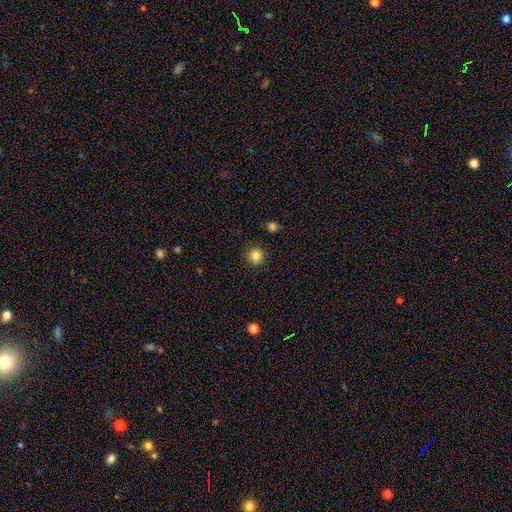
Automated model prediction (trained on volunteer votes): A smooth galaxy with no disk features (83%) that is round (93%).

Vote fractions:
- Smooth or featured? smooth: 83% / star or artifact: 11% / featured or disk: 6%
- How rounded? round: 93% / in between: 6% / cigar-shaped: 1%
- Merging? none: 90% / minor disturbance: 7% / major disturbance: 2% / merger: 1%